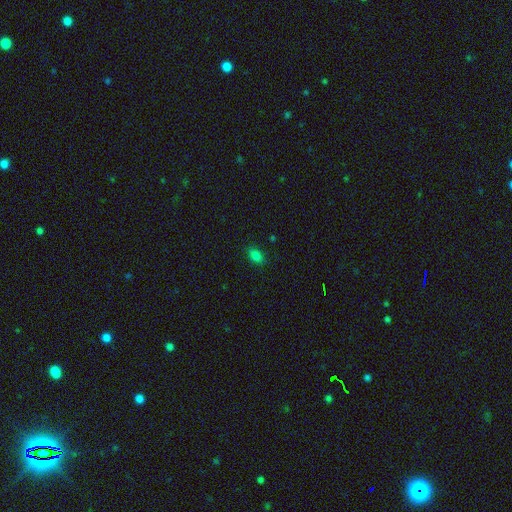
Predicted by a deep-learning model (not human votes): A smooth galaxy with no disk features (81%) that is in between round and cigar-shaped (85%).

Vote fractions:
- Smooth or featured? smooth: 81% / star or artifact: 14% / featured or disk: 5%
- How rounded? in between: 85% / round: 12% / cigar-shaped: 3%
- Merging? none: 86% / minor disturbance: 10% / major disturbance: 2% / merger: 1%